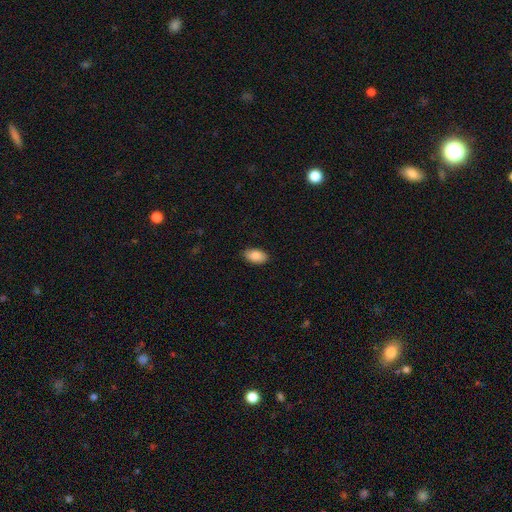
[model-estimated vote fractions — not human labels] smooth 89%, star or artifact 7%, featured or disk 5%. Down the decision tree: how rounded — in between (94%); merging — none (87%).